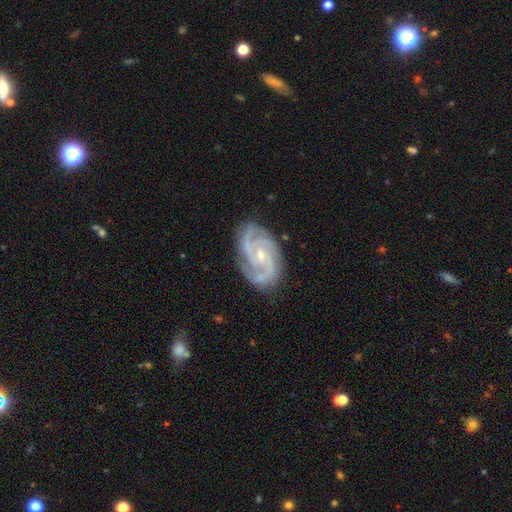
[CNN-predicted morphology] featured or disk 87%, star or artifact 7%, smooth 6%. Down the decision tree: edge-on disk — no (97%); bar — no (63%); spiral arms — yes (98%); spiral arm count — 3 (38%); spiral winding — tight (56%); bulge size — small (66%); merging — none (80%).